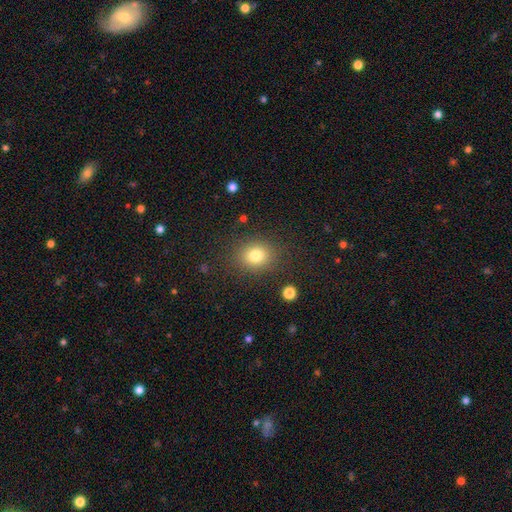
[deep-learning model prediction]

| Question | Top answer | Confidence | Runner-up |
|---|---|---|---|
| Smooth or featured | smooth | 80% | star or artifact (12%) |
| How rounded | round | 66% | in between (33%) |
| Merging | none | 85% | minor disturbance (9%) |